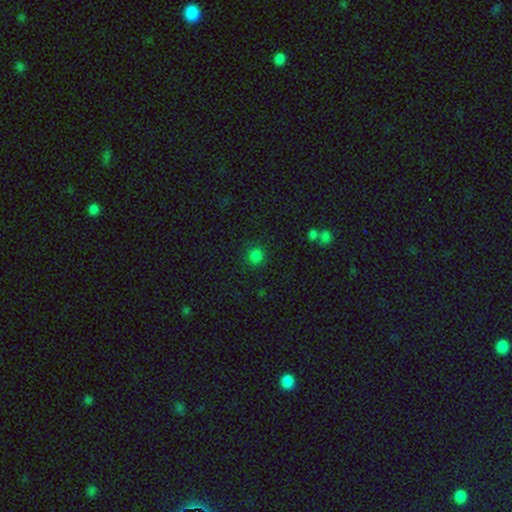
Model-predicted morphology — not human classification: A smooth galaxy with no disk features (80%) that is round (87%).

Vote fractions:
- Smooth or featured? smooth: 80% / star or artifact: 16% / featured or disk: 4%
- How rounded? round: 87% / in between: 12% / cigar-shaped: 1%
- Merging? none: 85% / minor disturbance: 9% / major disturbance: 3% / merger: 2%